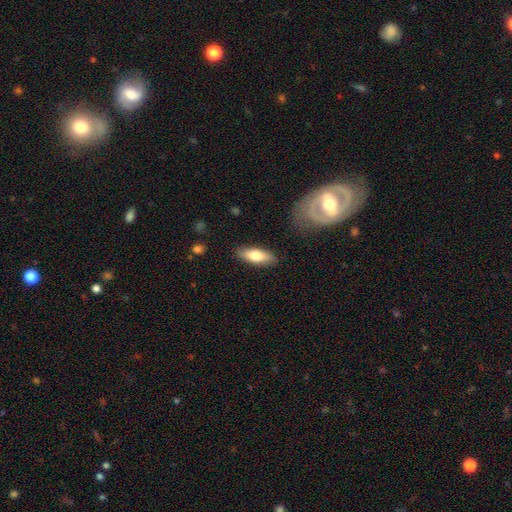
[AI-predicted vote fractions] Smooth or featured? smooth (71%)
How rounded? in between (63%)
Merging? none (86%)